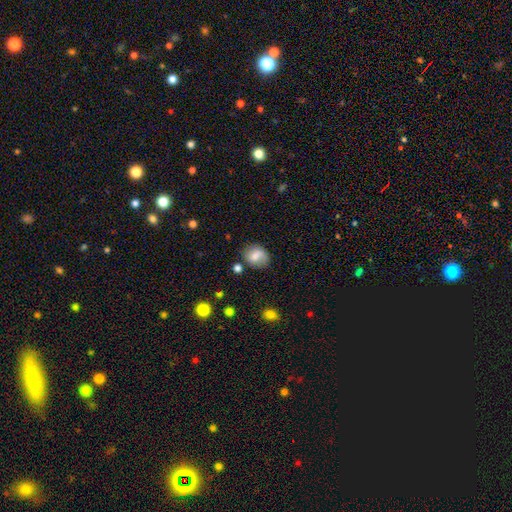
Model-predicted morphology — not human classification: A smooth galaxy with no disk features (70%) that is round (57%).

Vote fractions:
- Smooth or featured? smooth: 70% / featured or disk: 20% / star or artifact: 9%
- How rounded? round: 57% / in between: 41% / cigar-shaped: 1%
- Merging? none: 68% / minor disturbance: 21% / major disturbance: 7% / merger: 4%